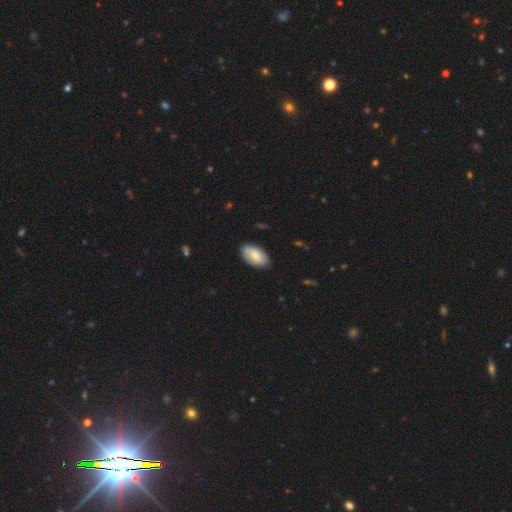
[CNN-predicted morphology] Smooth or featured: smooth — 70% (featured or disk — 24%)
How rounded: in between — 95% (round — 4%)
Merging: none — 81% (minor disturbance — 15%)